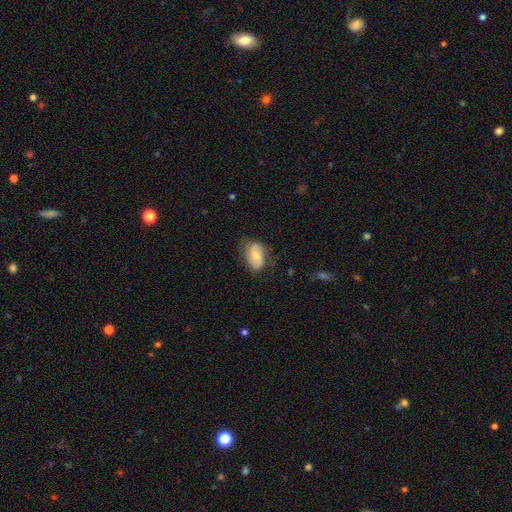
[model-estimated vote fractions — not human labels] smooth 50%, featured or disk 43%, star or artifact 7%. Down the decision tree: how rounded — in between (87%); merging — none (65%).